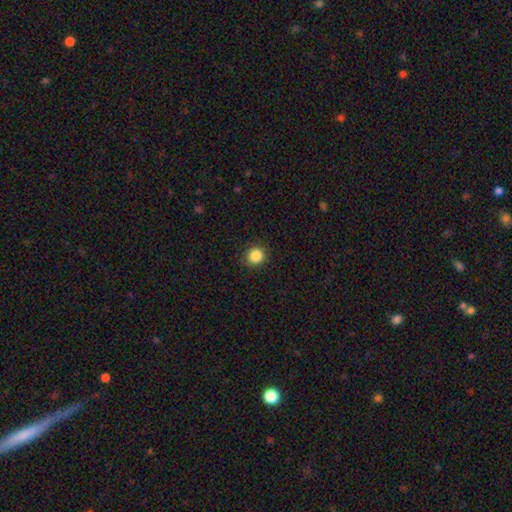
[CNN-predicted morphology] Overall: smooth (86%). How rounded: round (91%). Merging: none (90%).